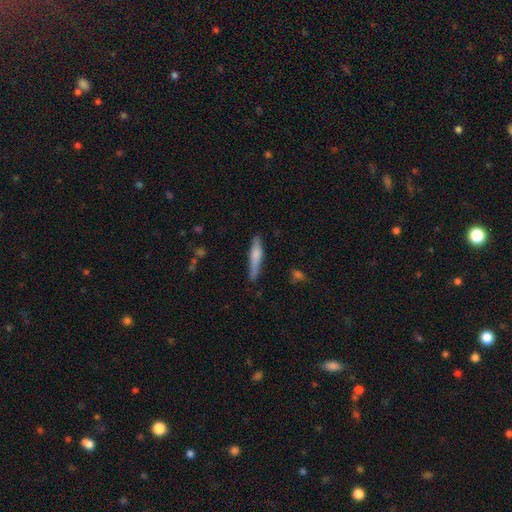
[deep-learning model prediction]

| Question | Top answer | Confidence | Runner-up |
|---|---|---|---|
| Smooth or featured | smooth | 67% | featured or disk (27%) |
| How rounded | cigar-shaped | 86% | in between (13%) |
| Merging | none | 73% | minor disturbance (20%) |